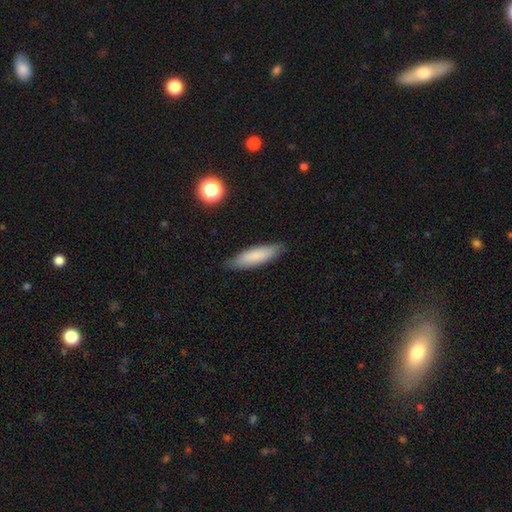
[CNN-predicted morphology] smooth-or-featured: smooth: 81% | featured or disk: 12% | star or artifact: 7%
  how-rounded: cigar-shaped: 61% | in between: 38% | round: 1%
  merging: none: 85% | minor disturbance: 12% | major disturbance: 2% | merger: 1%